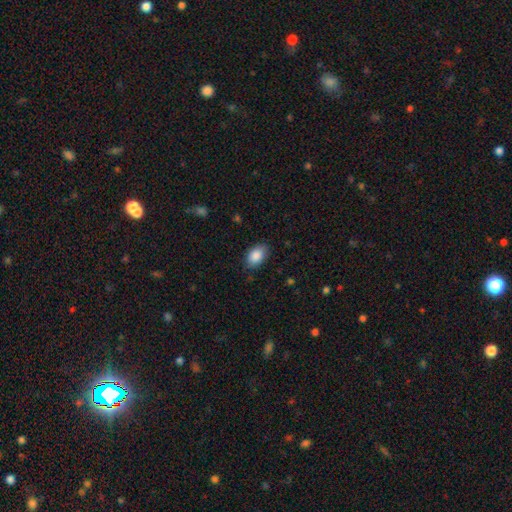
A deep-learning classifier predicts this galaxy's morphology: This appears to be a smooth galaxy with no disk features (88%) that is in between round and cigar-shaped (89%). Merging: none (82%).